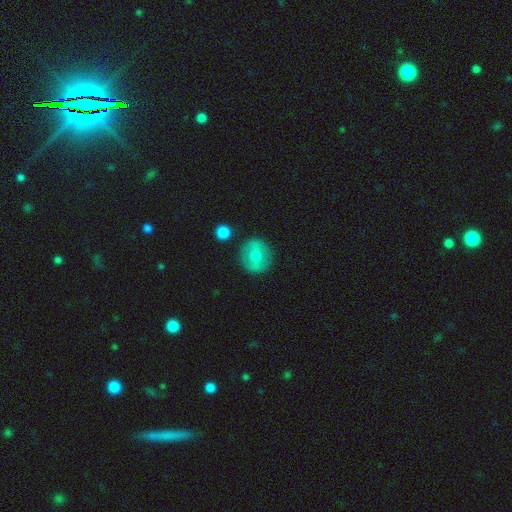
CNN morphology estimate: Q: Smooth or featured?
A: smooth (66%); runner-up: featured or disk (26%)
Q: How rounded?
A: round (88%); runner-up: in between (11%)
Q: Merging?
A: none (82%); runner-up: minor disturbance (12%)